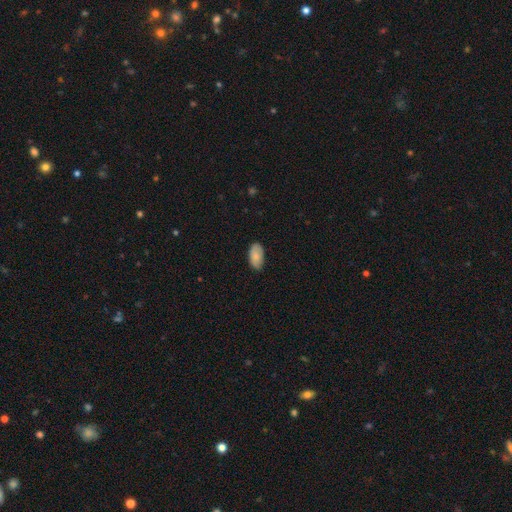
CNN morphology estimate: This is clearly a smooth galaxy (81%). How rounded: clearly in between (95%). Merging: clearly none (82%).